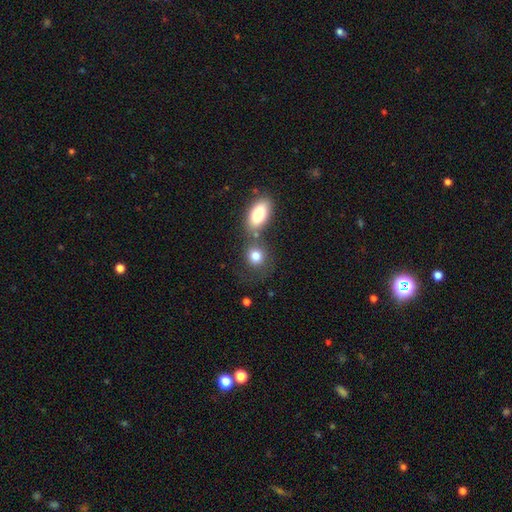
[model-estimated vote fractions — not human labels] Overall: smooth (81%). How rounded: round (65%; in between 33%). Merging: none (48%; merger 34%).